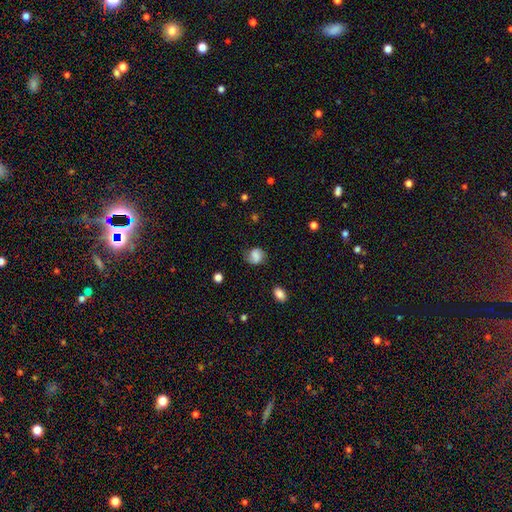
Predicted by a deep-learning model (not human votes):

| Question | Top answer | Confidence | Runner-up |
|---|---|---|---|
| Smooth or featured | smooth | 59% | featured or disk (31%) |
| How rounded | round | 66% | in between (33%) |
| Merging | none | 66% | minor disturbance (22%) |